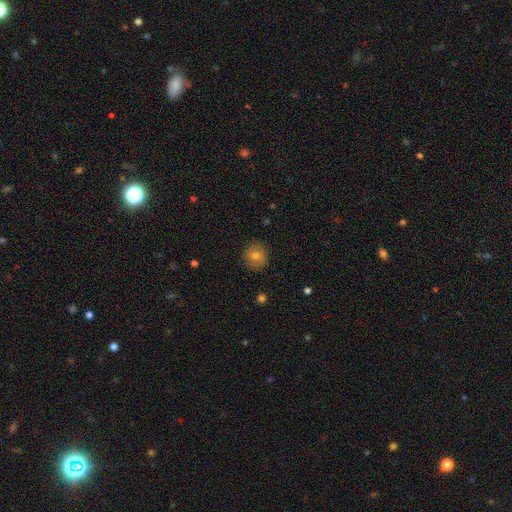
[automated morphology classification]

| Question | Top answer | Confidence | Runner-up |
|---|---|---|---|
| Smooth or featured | smooth | 65% | featured or disk (23%) |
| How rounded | round | 86% | in between (13%) |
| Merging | none | 87% | minor disturbance (9%) |